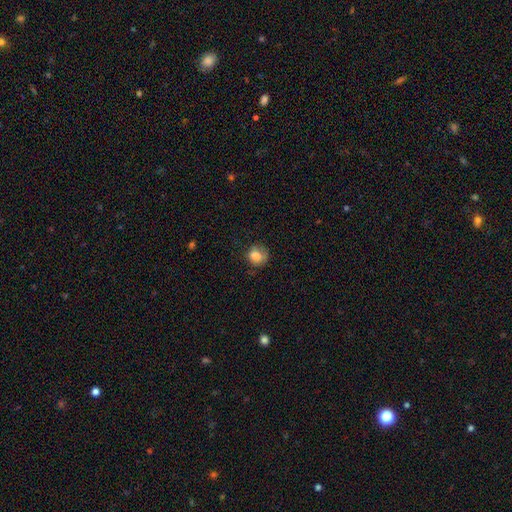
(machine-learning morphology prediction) Overall: smooth (81%). How rounded: round (74%). Merging: none (58%; minor disturbance 27%).